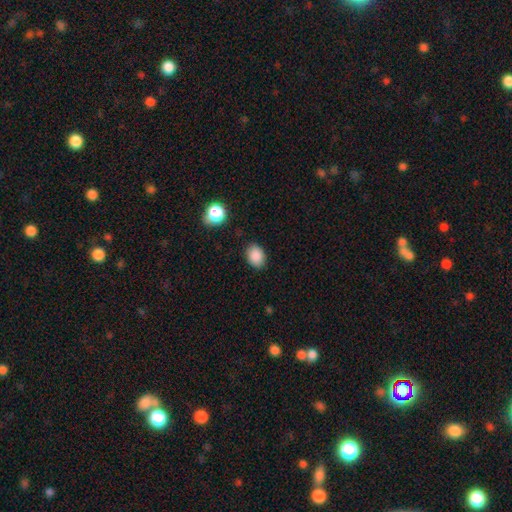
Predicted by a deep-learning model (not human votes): Morphology: type=smooth (87%); roundness=in between (65%); merging=none (84%).